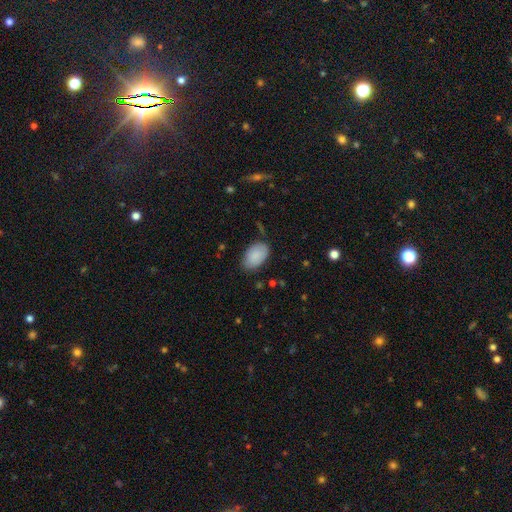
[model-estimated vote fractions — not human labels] Smooth or featured? smooth (88%)
How rounded? in between (92%)
Merging? none (79%)